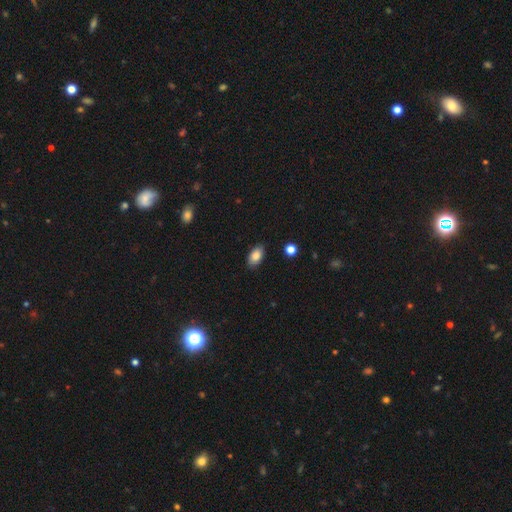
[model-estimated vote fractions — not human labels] This appears to be a smooth galaxy with no disk features (84%) that is in between round and cigar-shaped (92%). Merging: none (86%).